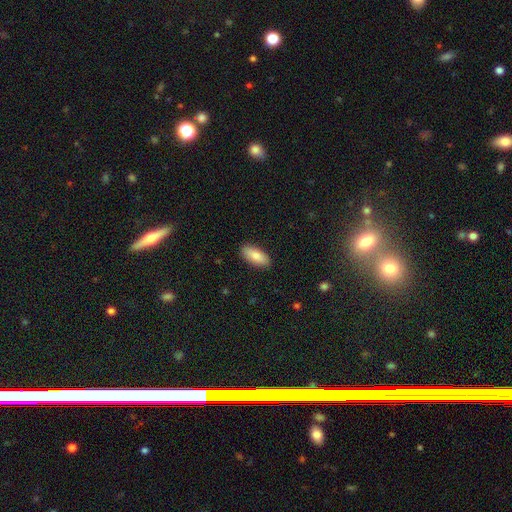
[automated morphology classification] smooth_or_featured: smooth (p=0.83) [alt: featured or disk p=0.10]
how_rounded: in between (p=0.85) [alt: cigar-shaped p=0.13]
merging: none (p=0.89) [alt: minor disturbance p=0.08]